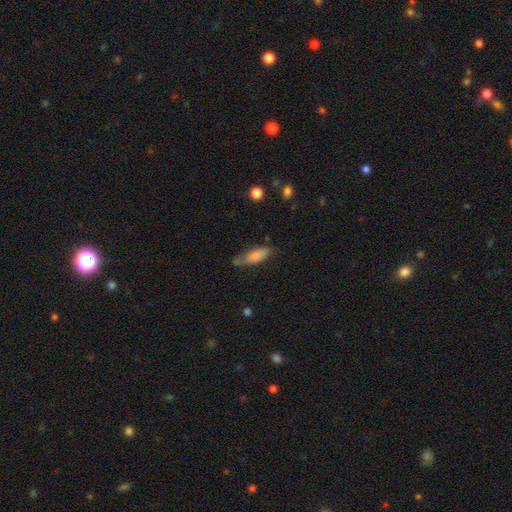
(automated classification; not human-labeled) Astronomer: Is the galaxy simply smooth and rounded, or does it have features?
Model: smooth — 78%.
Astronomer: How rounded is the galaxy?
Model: in between — 60% (runner-up: cigar-shaped, 38%).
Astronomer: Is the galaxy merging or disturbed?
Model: none — 57%.